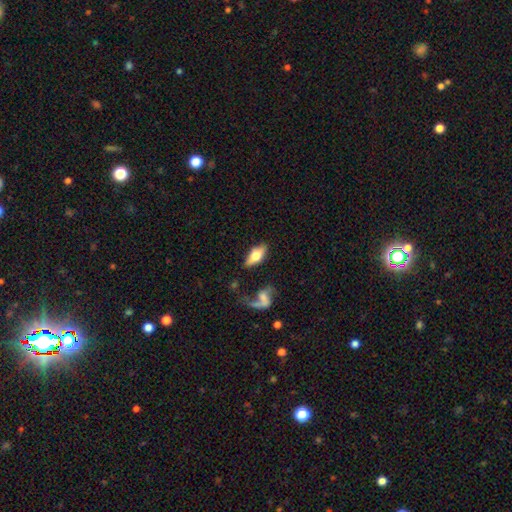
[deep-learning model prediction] smooth 55%, featured or disk 39%, star or artifact 6%. Down the decision tree: how rounded — in between (79%); merging — none (76%).